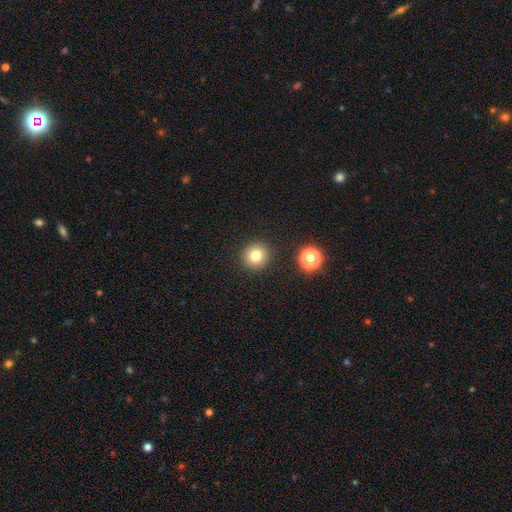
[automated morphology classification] Overall: smooth (79%). How rounded: round (93%). Merging: none (90%).